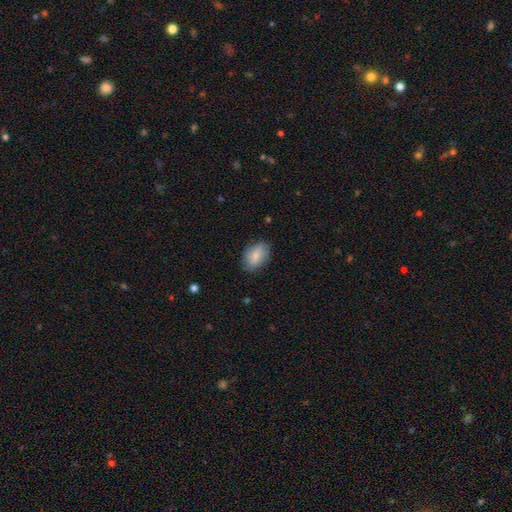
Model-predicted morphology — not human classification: type=smooth (79%); roundness=in between (88%); merging=none (77%).